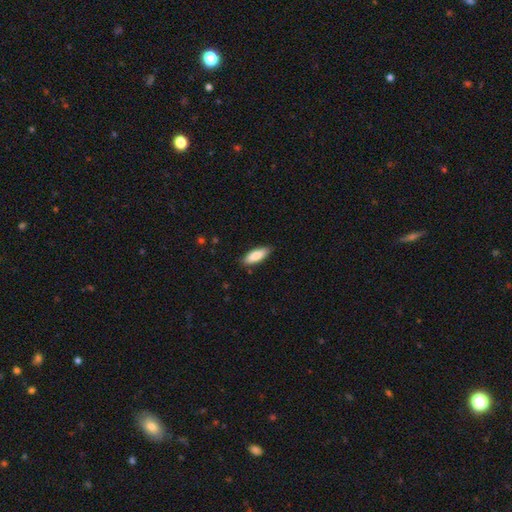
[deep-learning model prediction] Morphology: type=smooth (85%); roundness=in between (68%); merging=none (86%).